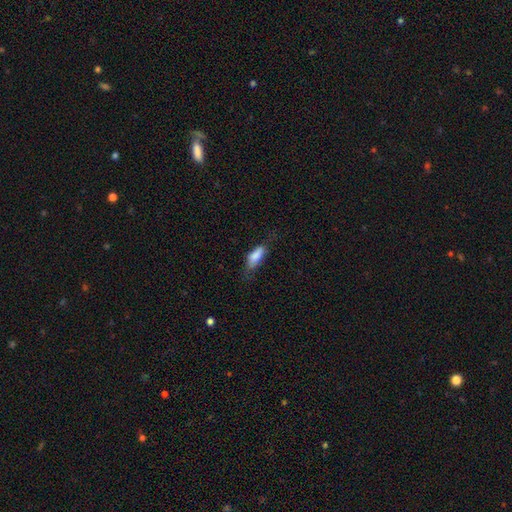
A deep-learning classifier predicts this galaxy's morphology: Overall: smooth (81%). How rounded: in between (72%). Merging: none (49%; minor disturbance 33%).